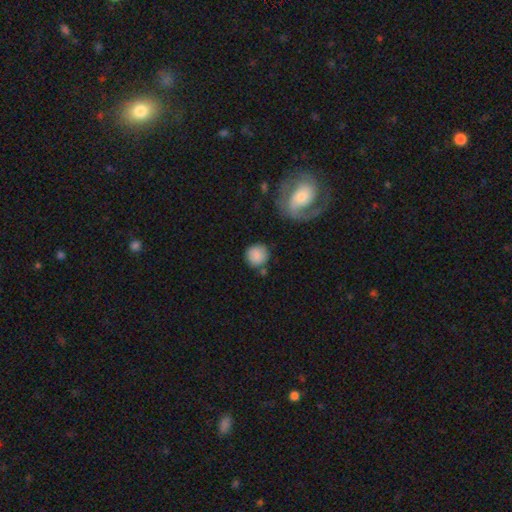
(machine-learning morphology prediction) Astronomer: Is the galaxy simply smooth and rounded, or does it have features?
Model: smooth — 84%.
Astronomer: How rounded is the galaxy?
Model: round — 91%.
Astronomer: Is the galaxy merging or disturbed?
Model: none — 77%.